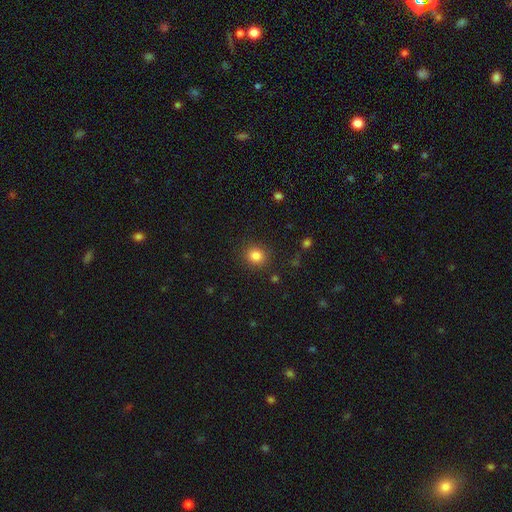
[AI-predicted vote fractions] Smooth or featured? Predicted: smooth (p=0.84). How rounded? Predicted: round (p=0.80). Merging? Predicted: none (p=0.89).